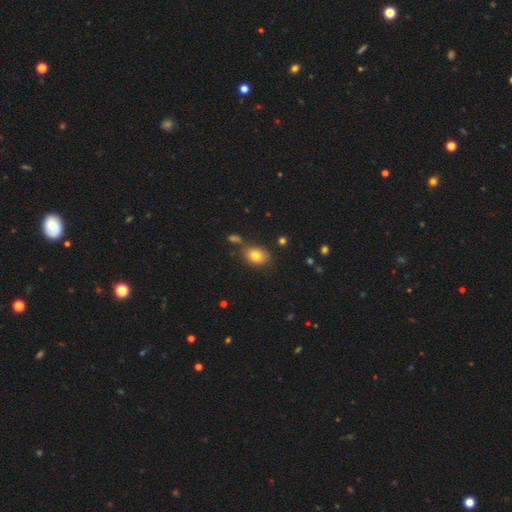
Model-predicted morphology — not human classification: Smooth or featured? Predicted: smooth (p=0.79). How rounded? Predicted: in between (p=0.69). Merging? Predicted: none (p=0.70).